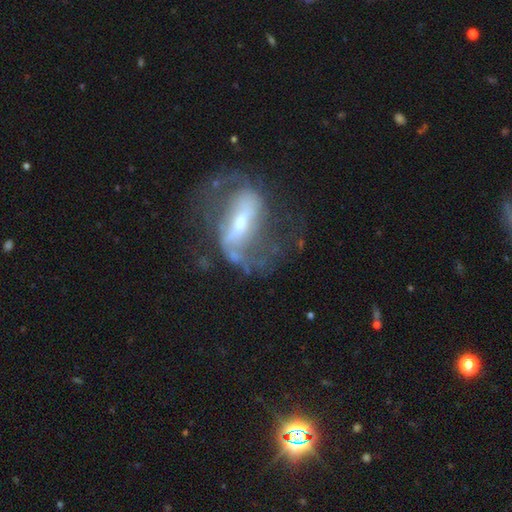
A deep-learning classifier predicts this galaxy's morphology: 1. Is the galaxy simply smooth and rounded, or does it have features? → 85% featured or disk, 8% smooth, 7% star or artifact.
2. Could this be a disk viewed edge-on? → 91% no, 9% yes.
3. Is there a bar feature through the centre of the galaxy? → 65% strong, 25% weak, 10% no.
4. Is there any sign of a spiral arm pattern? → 90% yes, 10% no.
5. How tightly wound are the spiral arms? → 45% medium, 35% loose, 19% tight.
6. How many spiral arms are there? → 87% 2, 6% can't tell, 3% 1, 2% 3, 1% 4, 1% more than 4.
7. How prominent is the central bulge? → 50% small, 39% moderate, 6% large, 3% none, 2% dominant.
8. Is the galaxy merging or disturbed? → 65% none, 17% major disturbance, 16% minor disturbance, 2% merger.